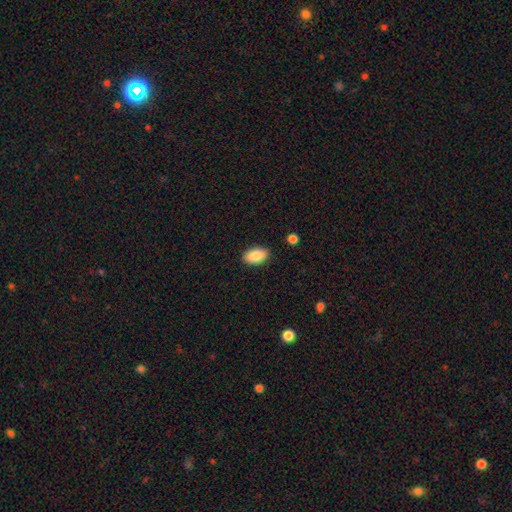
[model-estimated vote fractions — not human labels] Smooth or featured? smooth (87%)
How rounded? in between (93%)
Merging? none (88%)